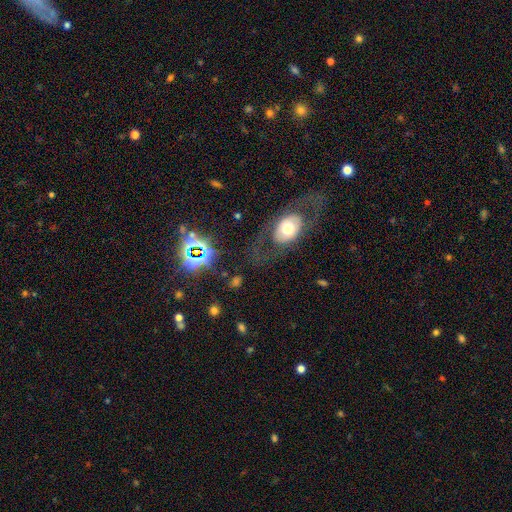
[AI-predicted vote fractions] featured or disk 59%, smooth 27%, star or artifact 14%. Down the decision tree: edge-on disk — no (86%); bar — no (82%); spiral arms — no (63%); bulge size — moderate (51%); merging — none (74%).